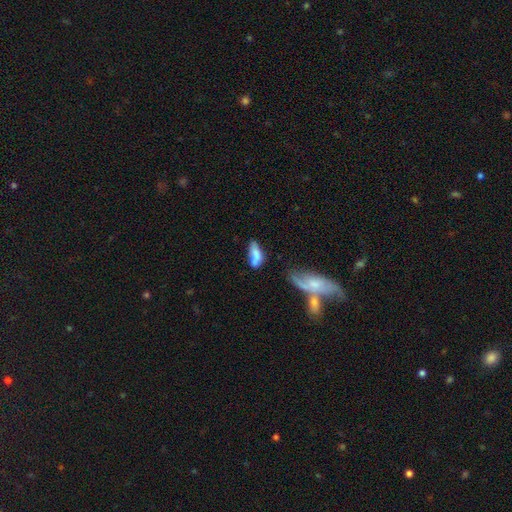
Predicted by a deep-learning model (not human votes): Smooth or featured?
  - smooth: 70% *
  - featured or disk: 22%
  - star or artifact: 8%
How rounded?
  - in between: 73% *
  - cigar-shaped: 24%
  - round: 3%
Merging?
  - none: 36% *
  - minor disturbance: 30%
  - major disturbance: 18%
  - merger: 15%